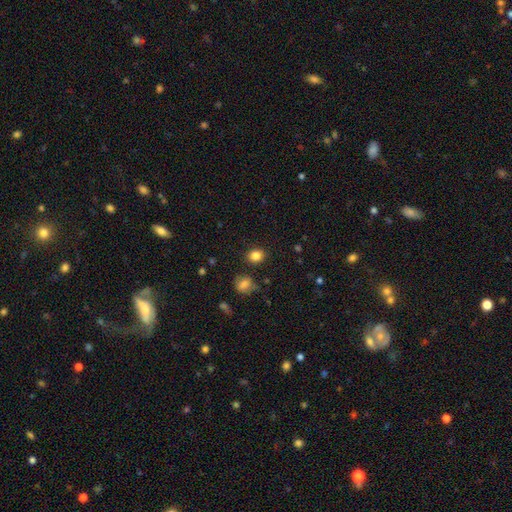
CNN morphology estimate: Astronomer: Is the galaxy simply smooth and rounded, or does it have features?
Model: smooth — 84%.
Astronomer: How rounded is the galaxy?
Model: round — 66%.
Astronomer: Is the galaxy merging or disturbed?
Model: none — 85%.